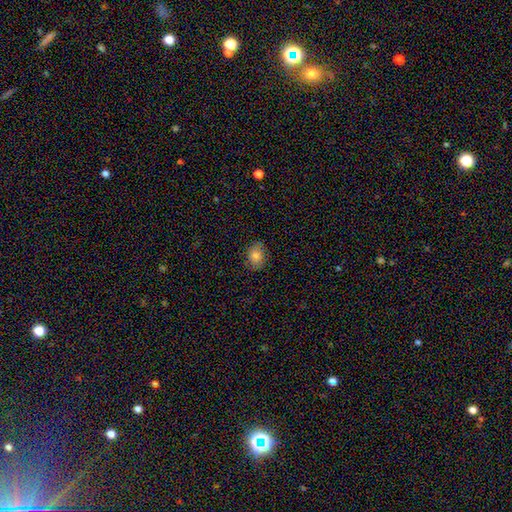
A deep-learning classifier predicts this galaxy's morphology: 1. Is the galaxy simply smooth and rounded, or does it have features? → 80% smooth, 10% featured or disk, 10% star or artifact.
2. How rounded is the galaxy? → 61% in between, 38% round, 1% cigar-shaped.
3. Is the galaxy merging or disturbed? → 83% none, 14% minor disturbance, 3% major disturbance, 1% merger.